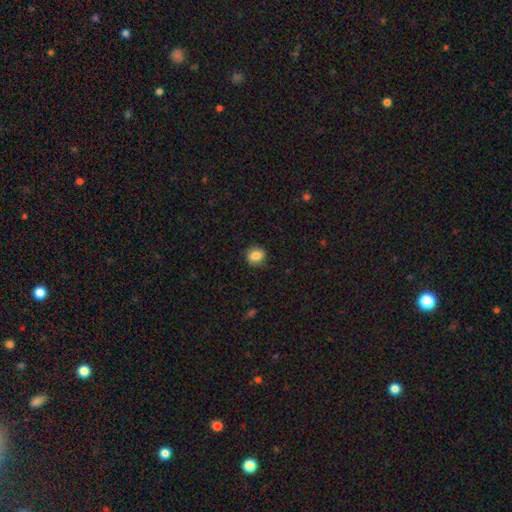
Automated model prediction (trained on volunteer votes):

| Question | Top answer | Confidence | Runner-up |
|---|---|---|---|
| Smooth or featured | smooth | 84% | star or artifact (9%) |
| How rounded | round | 65% | in between (34%) |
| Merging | none | 85% | minor disturbance (11%) |